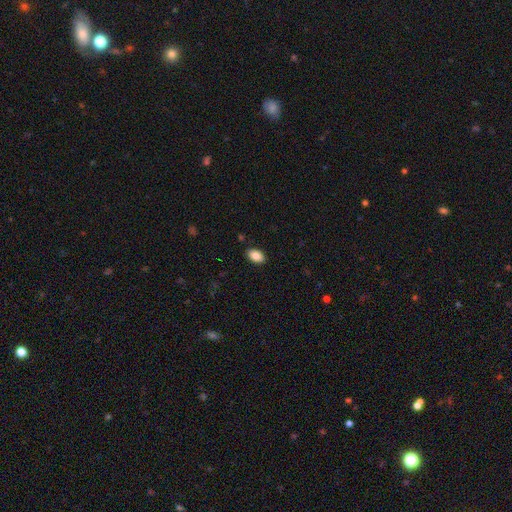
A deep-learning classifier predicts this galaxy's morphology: type=smooth (86%); roundness=in between (91%); merging=none (89%).